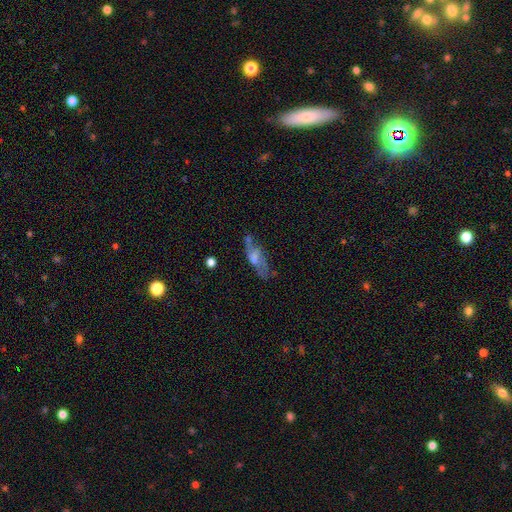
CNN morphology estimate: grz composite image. It shows a featured or disk galaxy (46%). Merging: none (49%).